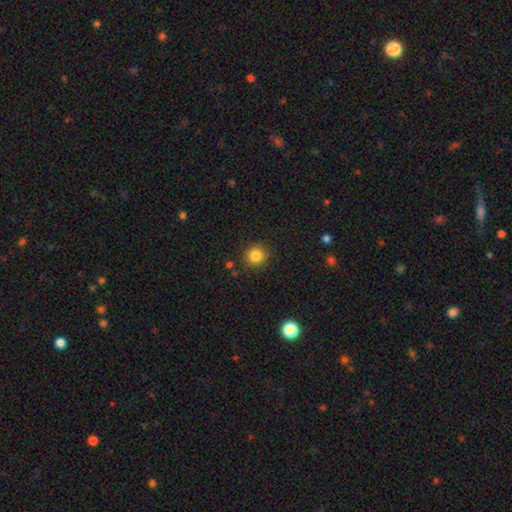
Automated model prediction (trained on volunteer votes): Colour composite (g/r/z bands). It shows a smooth galaxy with no disk features (84%) that is round (91%). Merging: none (88%).